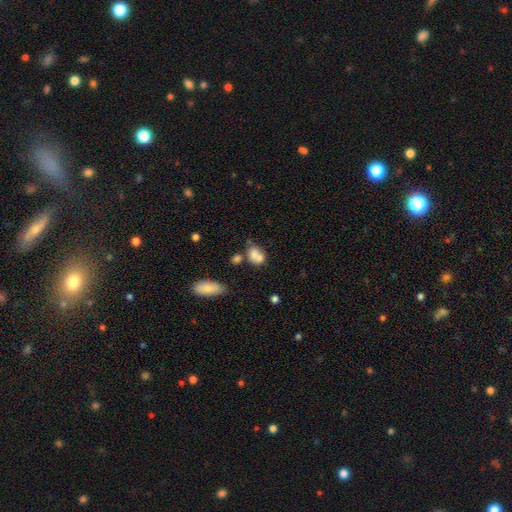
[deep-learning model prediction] The model was most divided on "merging": merger: 46%, none: 31%, minor disturbance: 16%, major disturbance: 7%. More confident: smooth or featured — smooth (73%); how rounded — in between (65%).